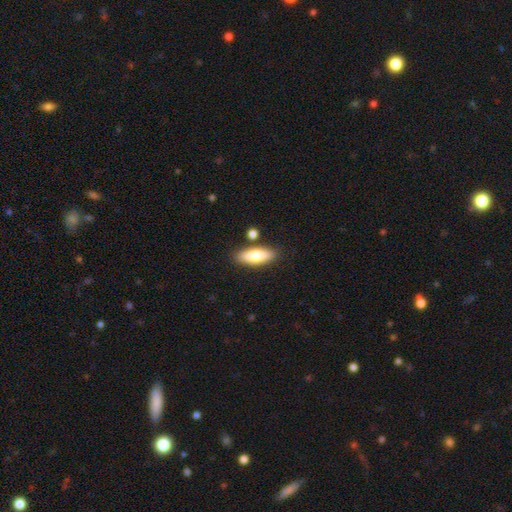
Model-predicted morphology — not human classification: A smooth galaxy with no disk features (77%) that is in between round and cigar-shaped (62%). Merging: none (82%).